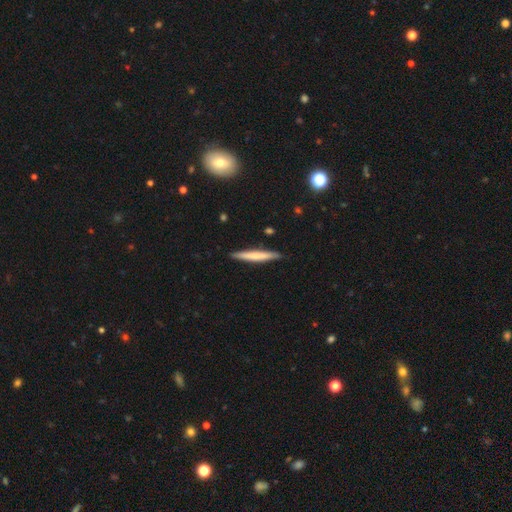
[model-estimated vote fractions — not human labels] A smooth galaxy with no disk features (62%) that is cigar-shaped (95%).

Vote fractions:
- Smooth or featured? smooth: 62% / featured or disk: 33% / star or artifact: 5%
- How rounded? cigar-shaped: 95% / in between: 3% / round: 1%
- Merging? none: 89% / minor disturbance: 8% / major disturbance: 1% / merger: 1%